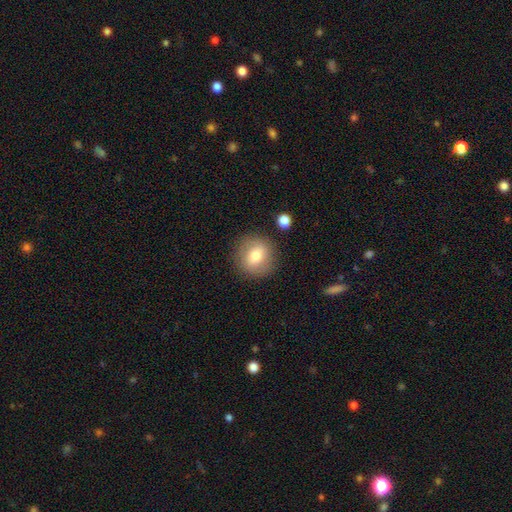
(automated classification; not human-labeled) smooth 74%, featured or disk 17%, star or artifact 9%. Down the decision tree: how rounded — round (87%); merging — none (85%).